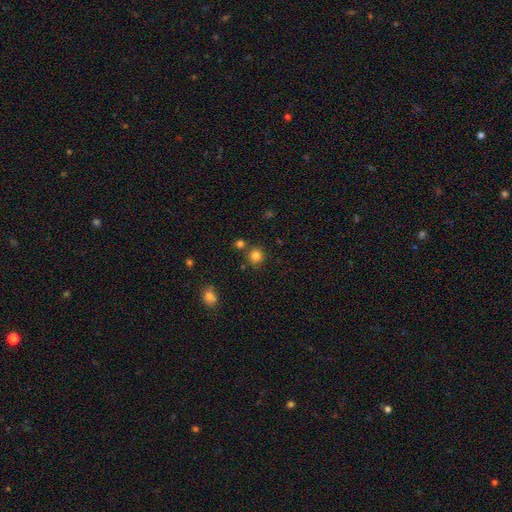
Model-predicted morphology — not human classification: This appears to be a smooth galaxy with no disk features (82%) that is round (90%). Merging: none (80%).